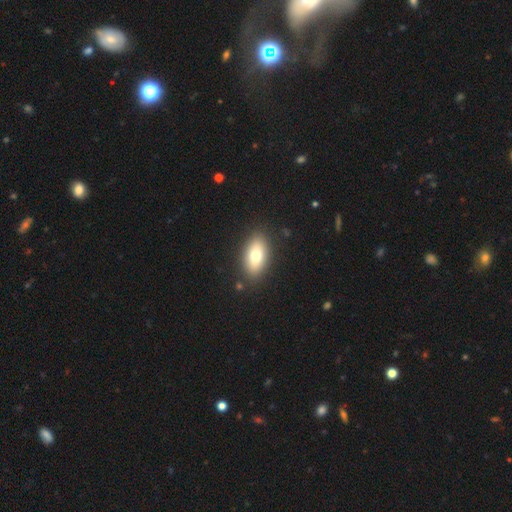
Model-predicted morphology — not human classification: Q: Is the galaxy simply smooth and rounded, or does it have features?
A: smooth — 75%.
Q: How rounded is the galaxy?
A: in between — 89%.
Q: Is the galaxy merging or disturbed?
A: none — 87%.